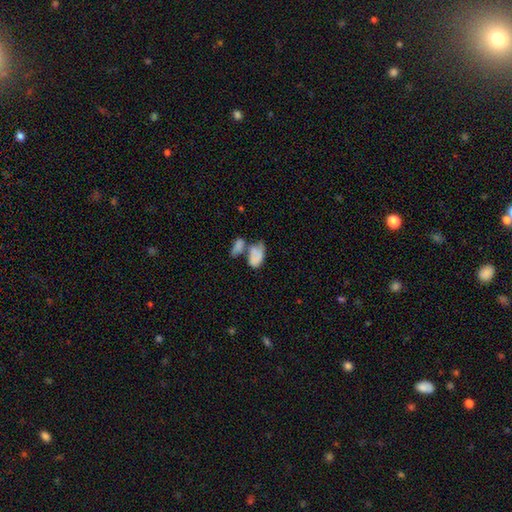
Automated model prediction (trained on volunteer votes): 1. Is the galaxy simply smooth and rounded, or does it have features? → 72% smooth, 20% featured or disk, 8% star or artifact.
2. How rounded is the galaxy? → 91% in between, 6% round, 2% cigar-shaped.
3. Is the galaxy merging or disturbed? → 58% merger, 17% none, 12% minor disturbance, 12% major disturbance.